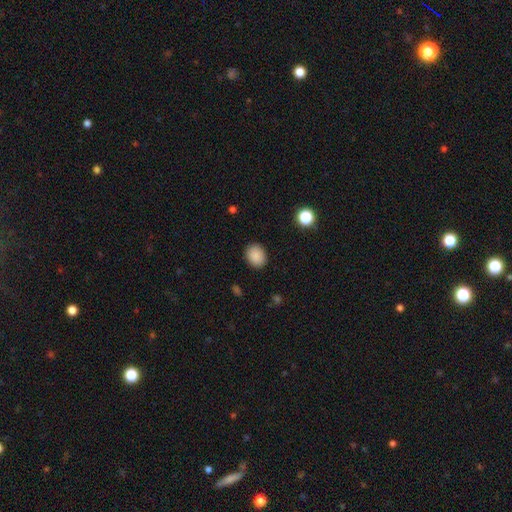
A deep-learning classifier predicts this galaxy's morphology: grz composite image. It shows a smooth galaxy with no disk features (88%) that is round (55%). Merging: none (88%).